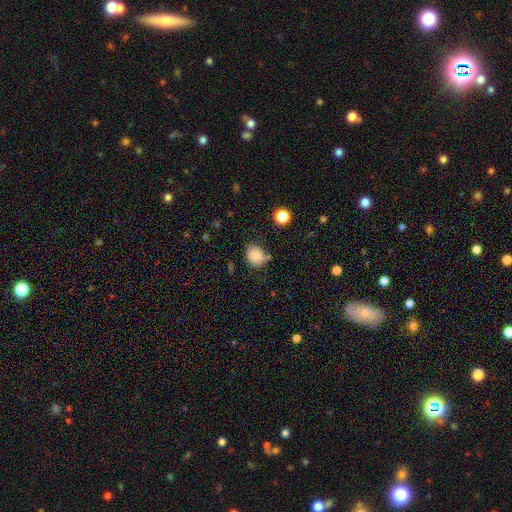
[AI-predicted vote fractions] Smooth or featured?
  - smooth: 80% *
  - star or artifact: 10%
  - featured or disk: 10%
How rounded?
  - round: 59% *
  - in between: 41%
  - cigar-shaped: 1%
Merging?
  - none: 73% *
  - minor disturbance: 17%
  - merger: 6%
  - major disturbance: 4%